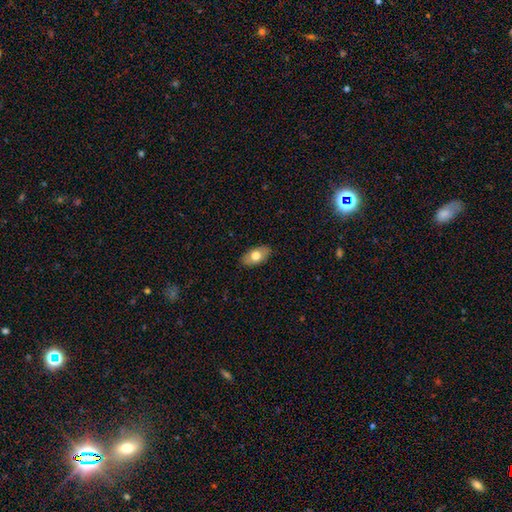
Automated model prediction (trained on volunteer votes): Smooth or featured?
  - smooth: 71% *
  - featured or disk: 22%
  - star or artifact: 7%
How rounded?
  - in between: 91% *
  - round: 6%
  - cigar-shaped: 3%
Merging?
  - none: 87% *
  - minor disturbance: 10%
  - major disturbance: 2%
  - merger: 1%